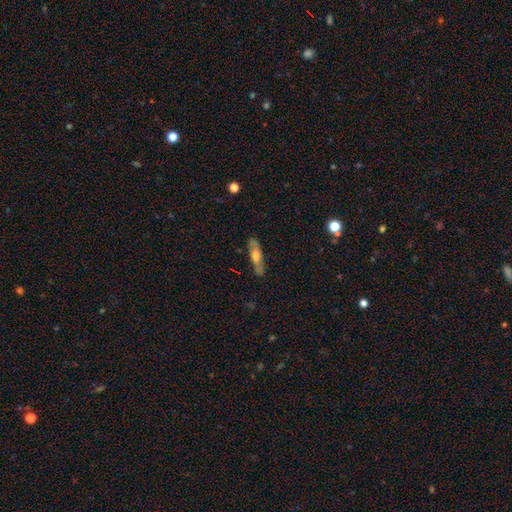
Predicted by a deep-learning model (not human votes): Q: Smooth or featured?
A: featured or disk (51%); runner-up: smooth (43%)
Q: Edge-on disk?
A: no (55%); runner-up: yes (45%)
Q: Merging?
A: none (80%); runner-up: minor disturbance (15%)